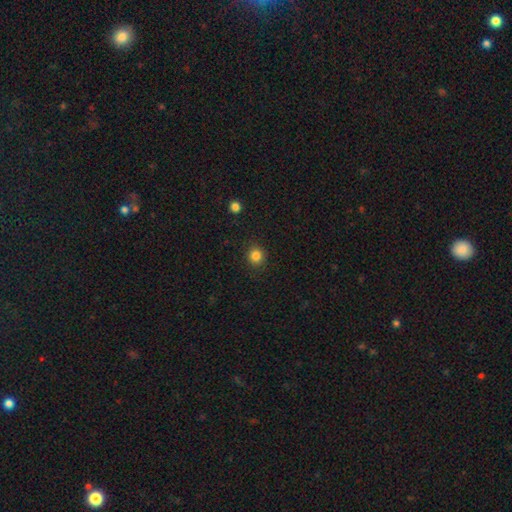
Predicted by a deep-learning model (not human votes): This appears to be a smooth galaxy with no disk features (84%) that is round (89%). Merging: none (90%).